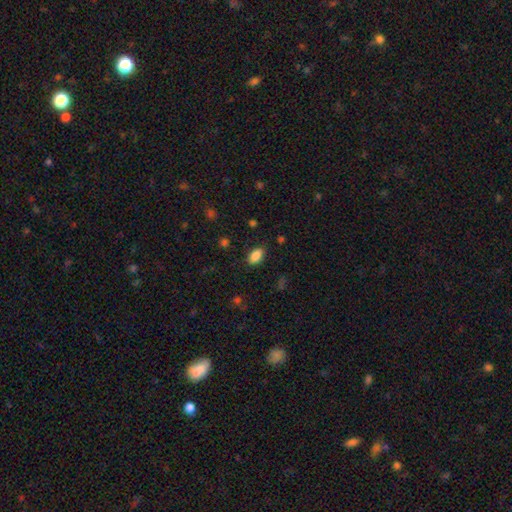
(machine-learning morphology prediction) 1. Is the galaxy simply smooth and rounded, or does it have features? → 87% smooth, 9% star or artifact, 5% featured or disk.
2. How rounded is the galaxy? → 91% in between, 6% round, 3% cigar-shaped.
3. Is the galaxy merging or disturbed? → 84% none, 12% minor disturbance, 3% major disturbance, 1% merger.